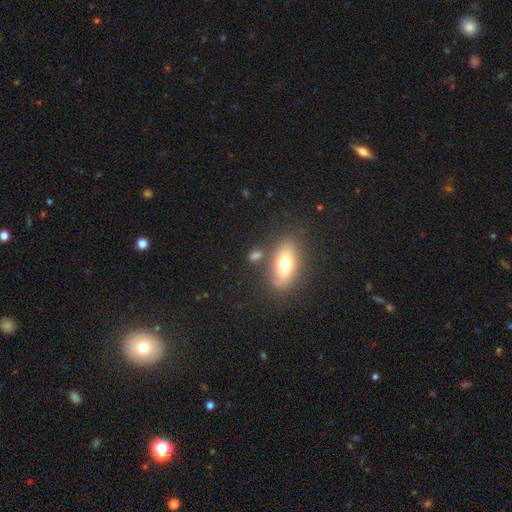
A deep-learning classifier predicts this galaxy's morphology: A smooth galaxy with no disk features (68%) that is in between round and cigar-shaped (69%).

Vote fractions:
- Smooth or featured? smooth: 68% / featured or disk: 20% / star or artifact: 12%
- How rounded? in between: 69% / round: 17% / cigar-shaped: 13%
- Merging? none: 72% / minor disturbance: 12% / merger: 11% / major disturbance: 5%